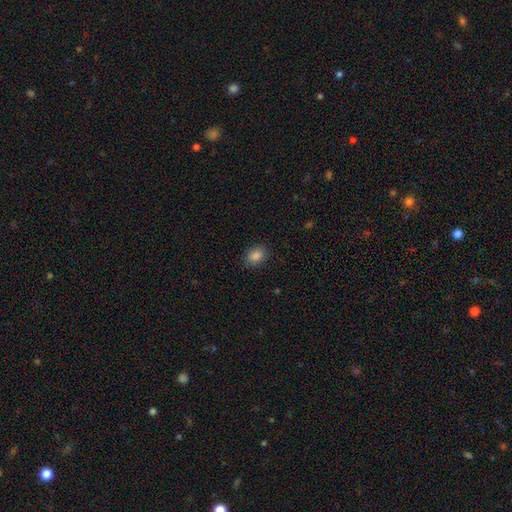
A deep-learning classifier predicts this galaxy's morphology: The model was most divided on "how rounded": in between: 72%, round: 27%, cigar-shaped: 1%. More confident: smooth or featured — smooth (86%); merging — none (86%).